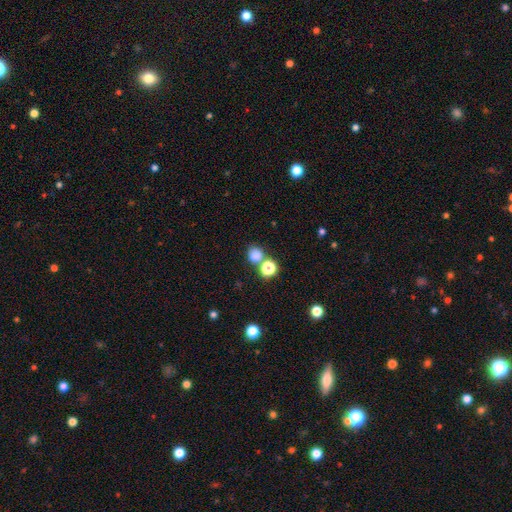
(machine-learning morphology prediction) A smooth galaxy with no disk features (78%) that is round (82%).

Vote fractions:
- Smooth or featured? smooth: 78% / star or artifact: 16% / featured or disk: 6%
- How rounded? round: 82% / in between: 17% / cigar-shaped: 1%
- Merging? none: 61% / merger: 27% / minor disturbance: 8% / major disturbance: 4%